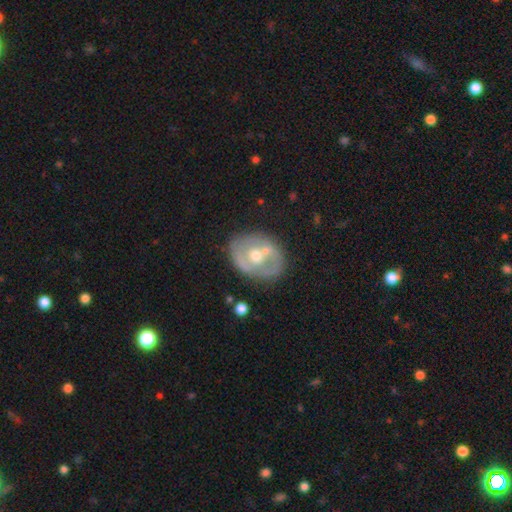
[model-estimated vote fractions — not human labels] Overall: featured or disk (67%). Edge-on disk: no (95%). Bar: no (53%; weak 32%). Spiral arms: no (60%; yes 40%). Bulge size: moderate (70%). Merging: none (67%).